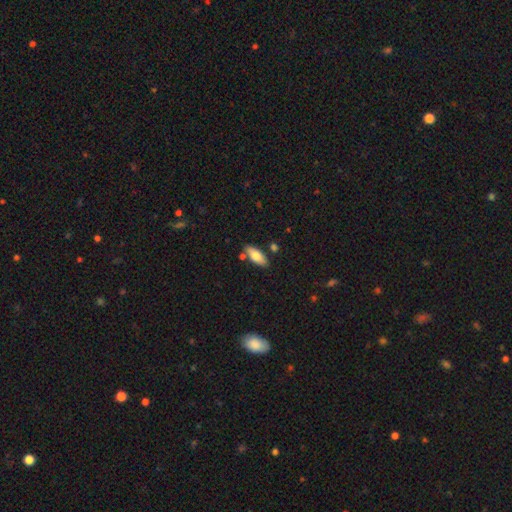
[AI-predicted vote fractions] A smooth galaxy with no disk features (77%) that is in between round and cigar-shaped (80%). Merging: none (79%).